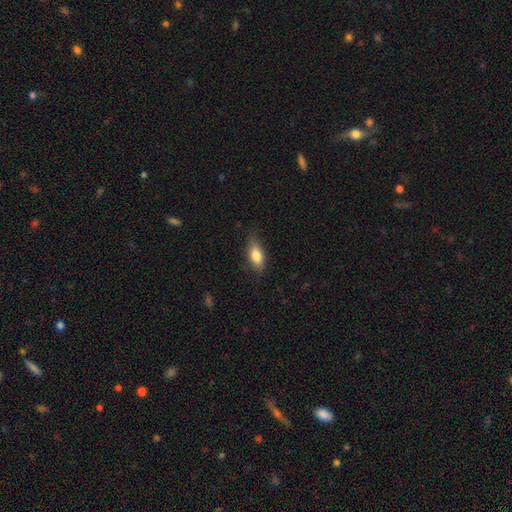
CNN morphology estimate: Smooth or featured? smooth (80%)
How rounded? in between (83%)
Merging? none (77%)